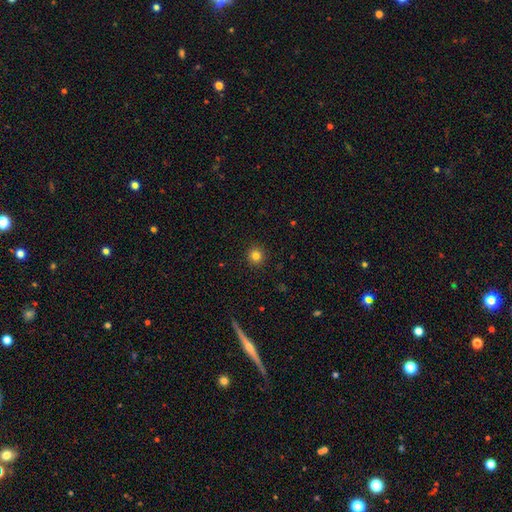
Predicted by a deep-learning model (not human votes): smooth_or_featured: smooth (p=0.83) [alt: star or artifact p=0.12]
how_rounded: round (p=0.94) [alt: in between p=0.05]
merging: none (p=0.92) [alt: minor disturbance p=0.05]